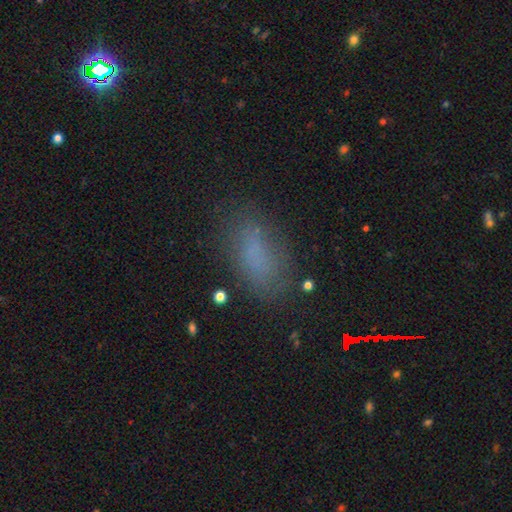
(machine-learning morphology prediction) smooth-or-featured: smooth: 74% | star or artifact: 15% | featured or disk: 11%
  how-rounded: in between: 86% | cigar-shaped: 9% | round: 5%
  merging: none: 71% | minor disturbance: 19% | major disturbance: 8% | merger: 2%